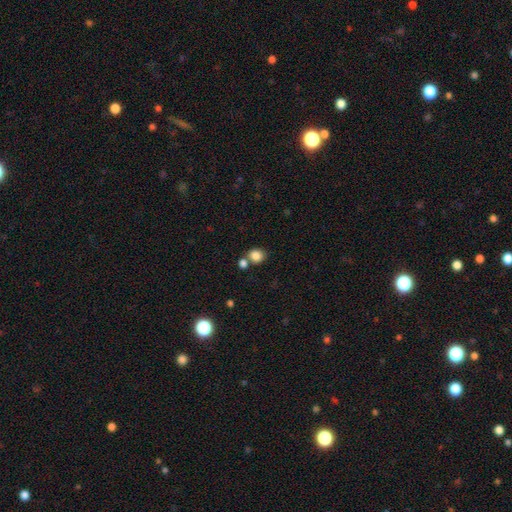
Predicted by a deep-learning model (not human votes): A smooth galaxy with no disk features (84%) that is round (71%).

Vote fractions:
- Smooth or featured? smooth: 84% / star or artifact: 10% / featured or disk: 5%
- How rounded? round: 71% / in between: 28% / cigar-shaped: 1%
- Merging? none: 61% / merger: 25% / minor disturbance: 10% / major disturbance: 4%